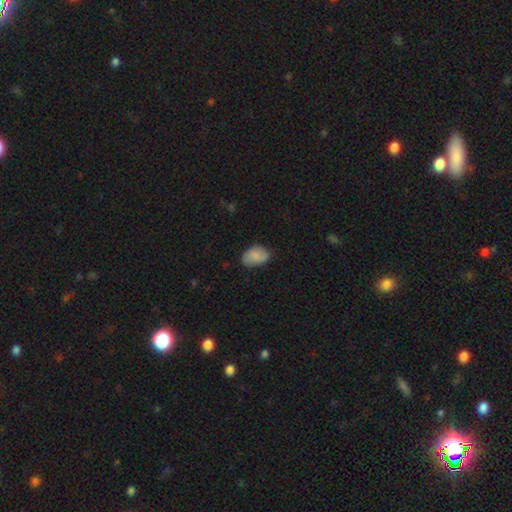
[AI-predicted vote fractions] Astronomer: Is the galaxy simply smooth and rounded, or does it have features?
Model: smooth — 82%.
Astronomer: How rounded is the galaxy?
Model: in between — 87%.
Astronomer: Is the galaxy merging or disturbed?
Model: none — 73%.